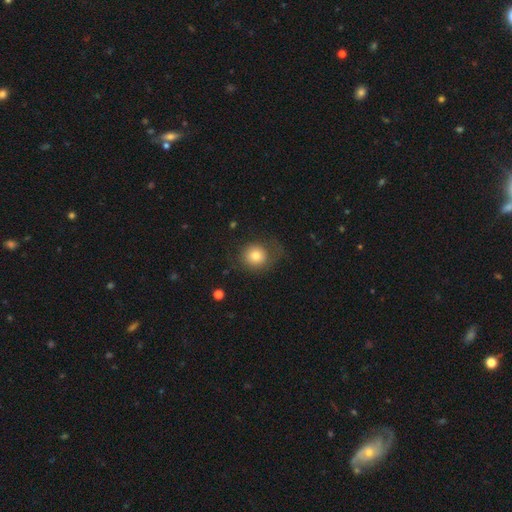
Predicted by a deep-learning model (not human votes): A smooth galaxy with no disk features (77%) that is round (85%). Merging: none (66%).